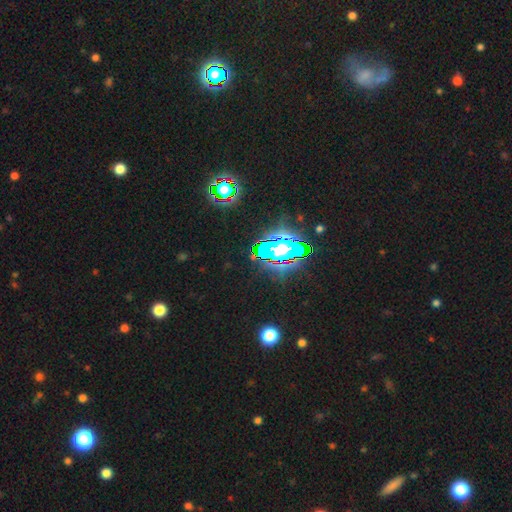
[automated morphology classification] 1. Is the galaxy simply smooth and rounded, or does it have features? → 71% star or artifact, 15% smooth, 14% featured or disk.